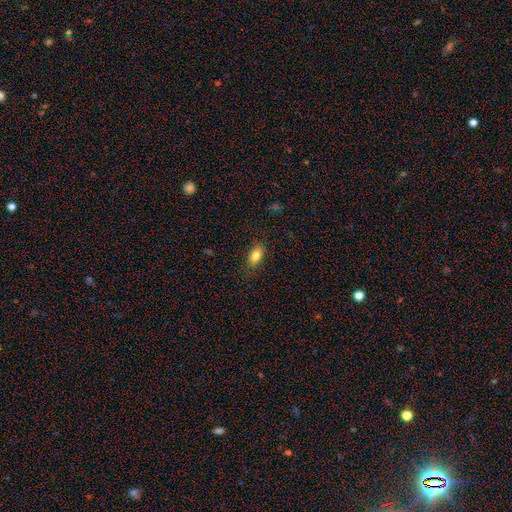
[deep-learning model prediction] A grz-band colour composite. It shows a smooth galaxy with no disk features (81%) that is in between round and cigar-shaped (86%). Merging: none (85%).